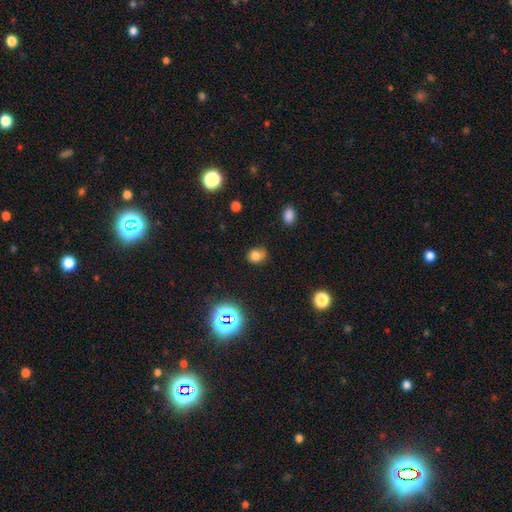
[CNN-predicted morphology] Smooth or featured? Predicted: smooth (p=0.73). How rounded? Predicted: round (p=0.57). Merging? Predicted: none (p=0.59).